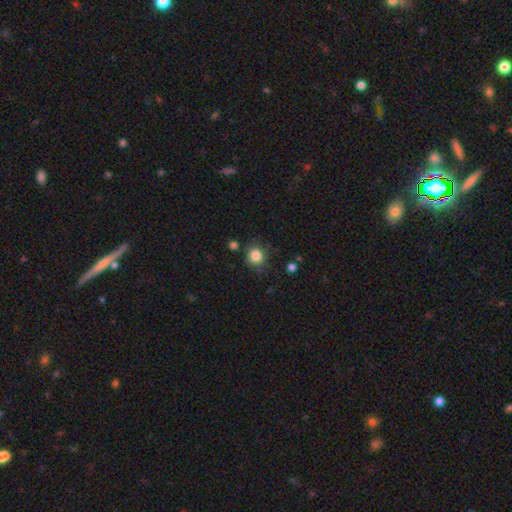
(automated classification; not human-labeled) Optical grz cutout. It shows a smooth galaxy with no disk features (85%) that is round (84%). Merging: none (79%).